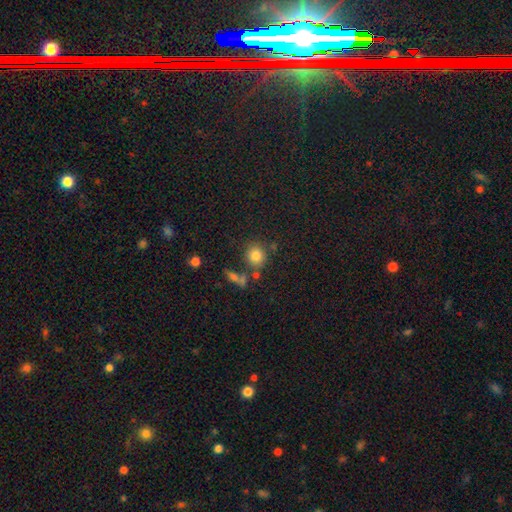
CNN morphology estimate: This appears to be a smooth galaxy with no disk features (80%) that is round (85%). Merging: none (72%).